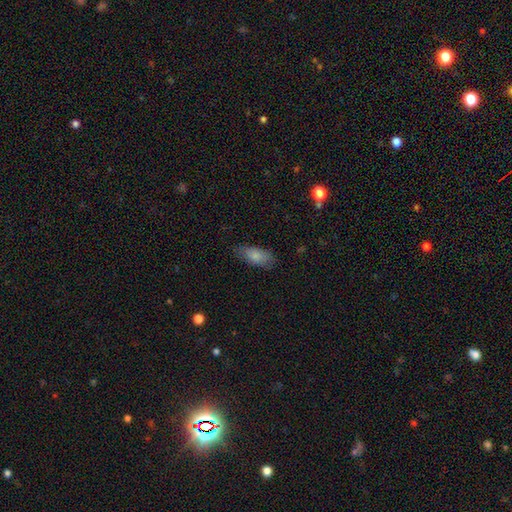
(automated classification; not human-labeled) A smooth galaxy with no disk features (83%) that is in between round and cigar-shaped (84%). Merging: none (76%).